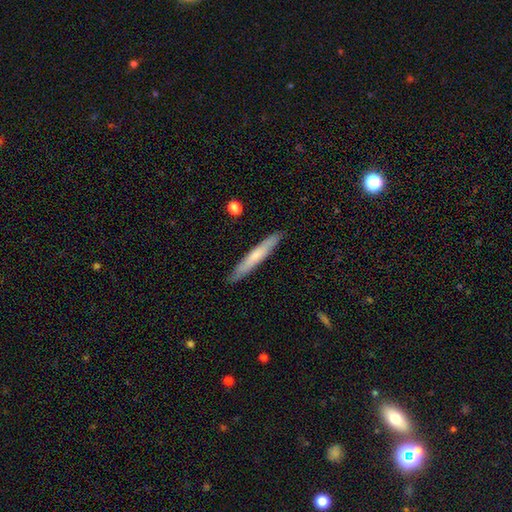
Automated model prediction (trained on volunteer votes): Smooth or featured? smooth (56%)
How rounded? cigar-shaped (95%)
Merging? none (89%)